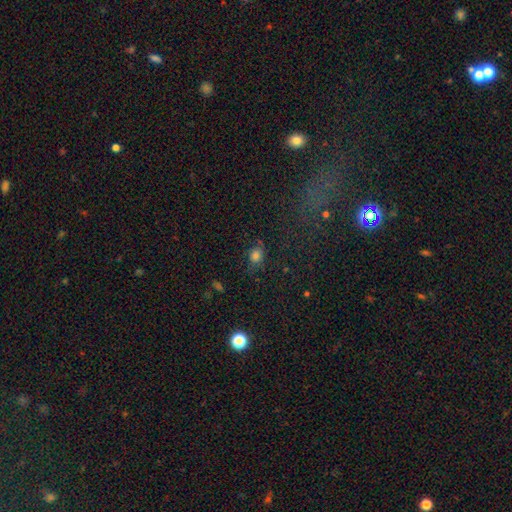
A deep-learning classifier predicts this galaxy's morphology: type=smooth (74%); roundness=round (59%); merging=none (67%).